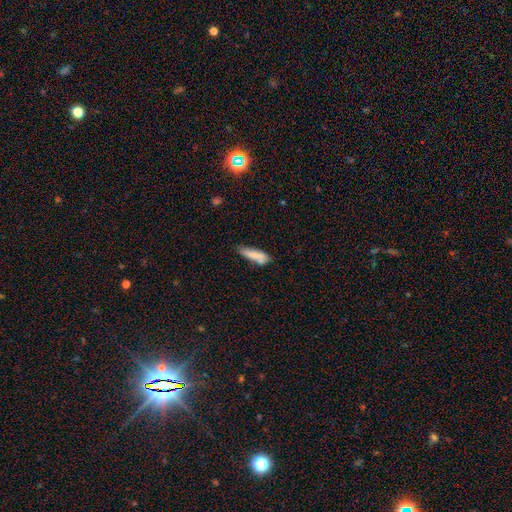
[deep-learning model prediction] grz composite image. It shows a smooth galaxy with no disk features (77%) that is cigar-shaped (60%). Merging: none (53%).